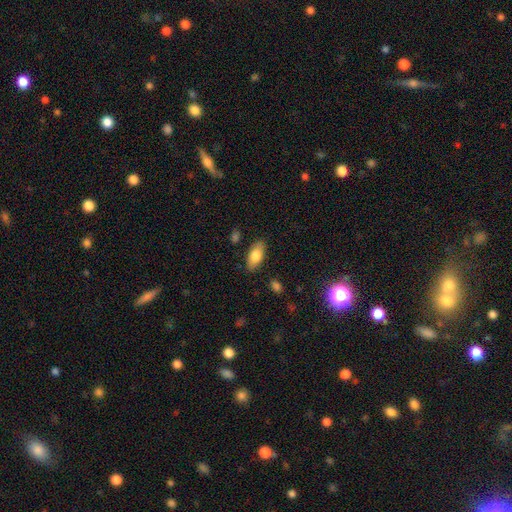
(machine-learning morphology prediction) smooth 78%, featured or disk 16%, star or artifact 6%. Down the decision tree: how rounded — in between (88%); merging — none (86%).